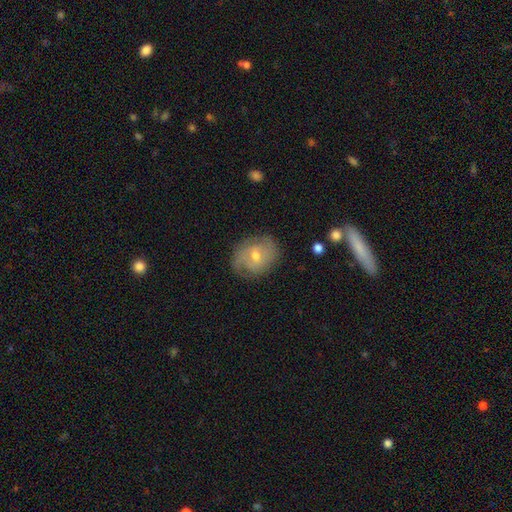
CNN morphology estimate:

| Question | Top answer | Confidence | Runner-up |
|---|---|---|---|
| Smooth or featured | featured or disk | 66% | smooth (26%) |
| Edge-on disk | no | 96% | yes (4%) |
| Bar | no | 54% | weak (38%) |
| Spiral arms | yes | 83% | no (17%) |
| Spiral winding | tight | 54% | medium (33%) |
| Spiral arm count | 2 | 47% | can't tell (33%) |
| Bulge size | moderate | 58% | small (38%) |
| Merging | none | 74% | minor disturbance (18%) |